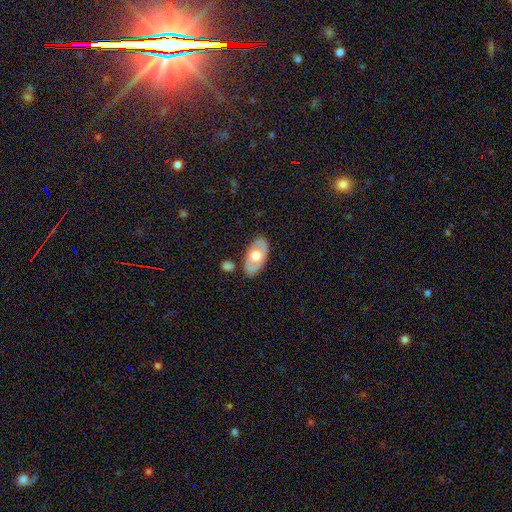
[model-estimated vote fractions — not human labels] Morphology: type=featured or disk (50%); edge-on=no (83%); merging=none (81%).